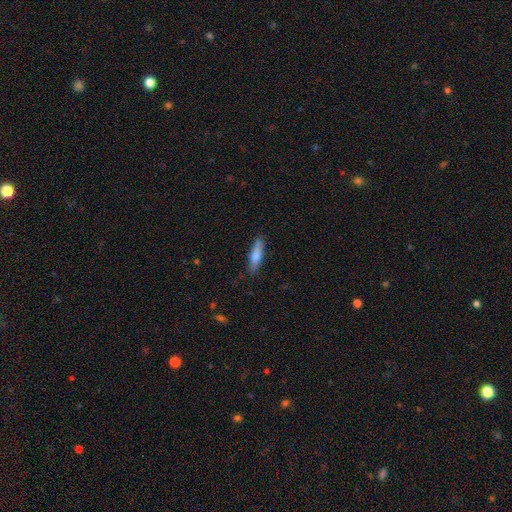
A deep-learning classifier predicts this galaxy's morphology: smooth-or-featured: smooth: 69% | featured or disk: 25% | star or artifact: 6%
  how-rounded: cigar-shaped: 75% | in between: 23% | round: 2%
  merging: none: 84% | minor disturbance: 12% | major disturbance: 2% | merger: 1%